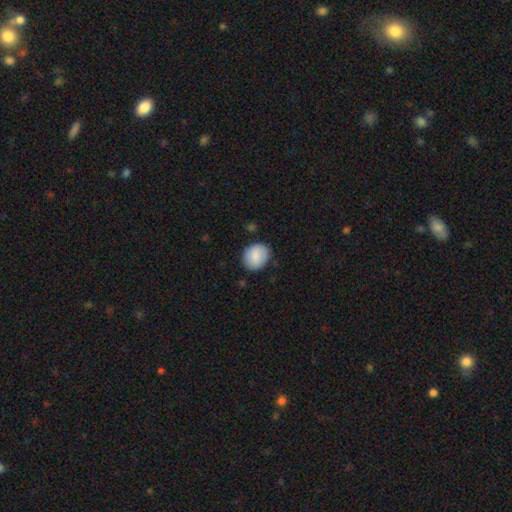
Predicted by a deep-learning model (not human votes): smooth_or_featured: smooth (p=0.85) [alt: featured or disk p=0.08]
how_rounded: round (p=0.60) [alt: in between p=0.39]
merging: none (p=0.81) [alt: minor disturbance p=0.14]